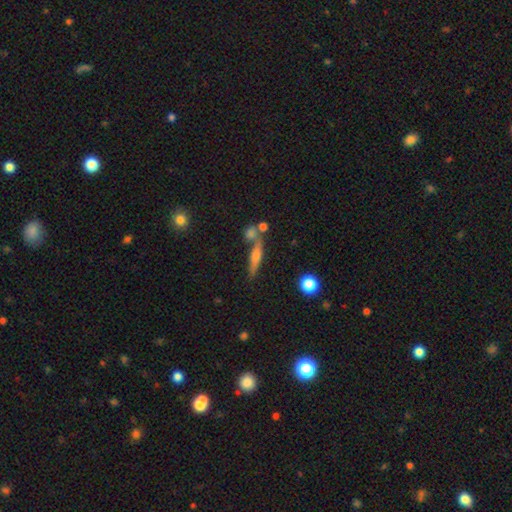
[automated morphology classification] Smooth or featured? Predicted: featured or disk (p=0.53). Edge-on disk? Predicted: yes (p=0.91). Merging? Predicted: none (p=0.63).